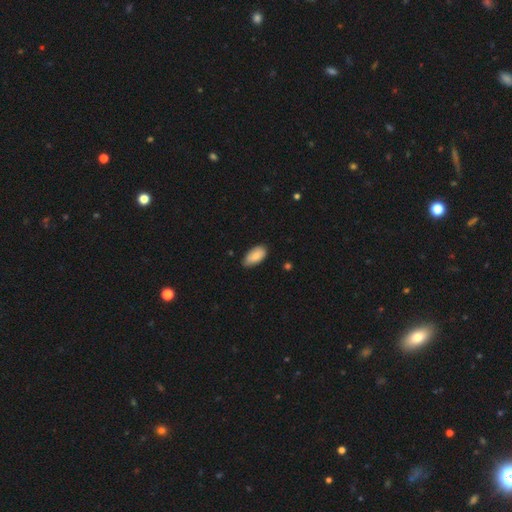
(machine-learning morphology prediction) A smooth galaxy with no disk features (85%) that is in between round and cigar-shaped (94%). Merging: none (76%).